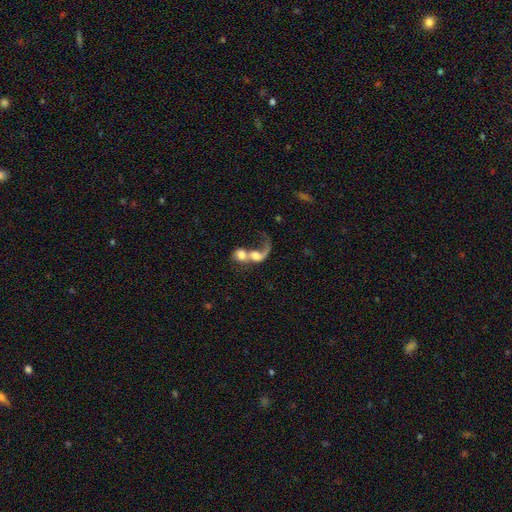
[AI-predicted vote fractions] The model was most divided on "smooth or featured": featured or disk: 50%, smooth: 41%, star or artifact: 9%. More confident: edge-on disk — no (96%); merging — merger (78%).